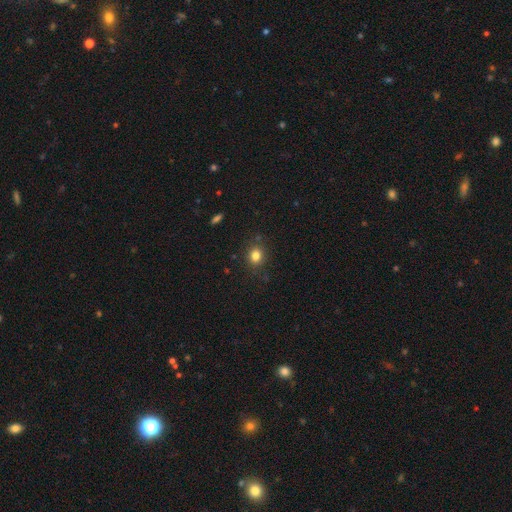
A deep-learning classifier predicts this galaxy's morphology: Smooth or featured: smooth — 82% (star or artifact — 12%)
How rounded: round — 67% (in between — 32%)
Merging: none — 84% (minor disturbance — 11%)